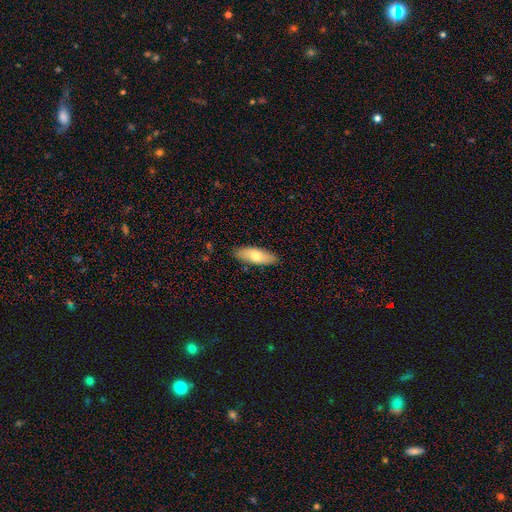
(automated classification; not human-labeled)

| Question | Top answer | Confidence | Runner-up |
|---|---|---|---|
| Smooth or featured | smooth | 70% | featured or disk (24%) |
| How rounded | in between | 72% | cigar-shaped (26%) |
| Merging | none | 87% | minor disturbance (10%) |